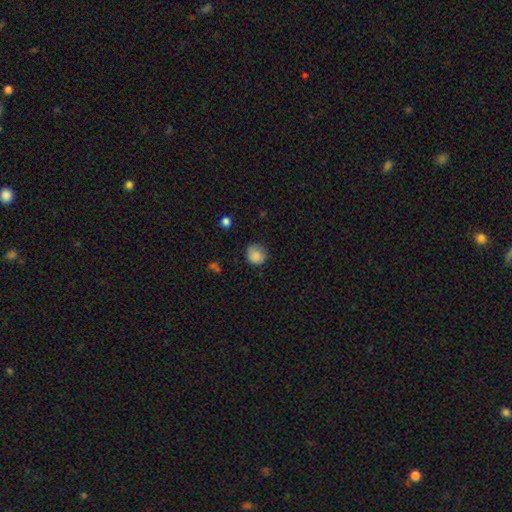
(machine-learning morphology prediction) The model was most divided on "merging": none: 73%, minor disturbance: 21%, major disturbance: 5%, merger: 1%. More confident: smooth or featured — smooth (86%); how rounded — round (83%).